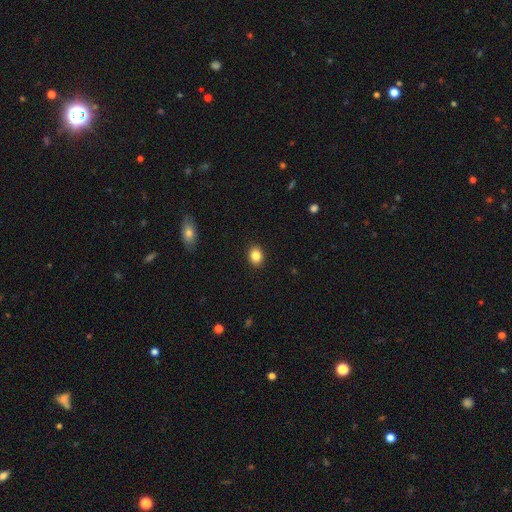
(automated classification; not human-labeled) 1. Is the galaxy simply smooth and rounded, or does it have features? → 85% smooth, 9% star or artifact, 6% featured or disk.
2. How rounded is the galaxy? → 56% in between, 43% round, 1% cigar-shaped.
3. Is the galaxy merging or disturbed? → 90% none, 7% minor disturbance, 2% major disturbance, 1% merger.